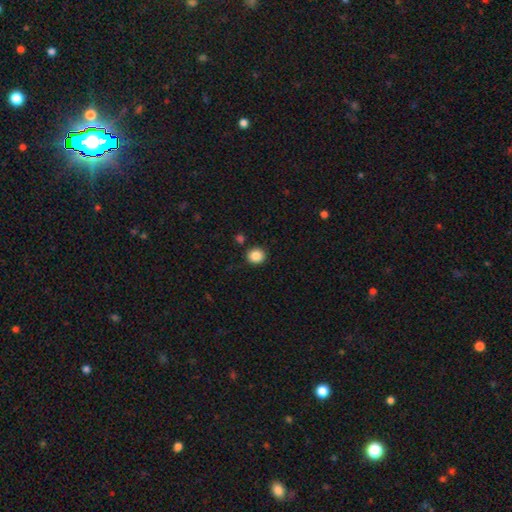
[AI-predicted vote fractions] Smooth or featured? Predicted: smooth (p=0.87). How rounded? Predicted: round (p=0.86). Merging? Predicted: none (p=0.89).